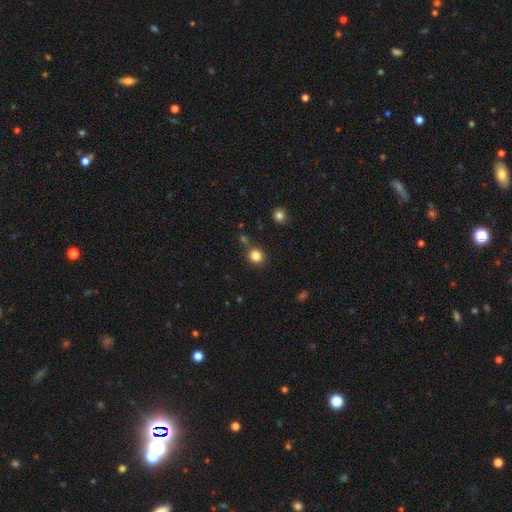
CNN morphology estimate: Smooth or featured?
  - smooth: 83% *
  - star or artifact: 12%
  - featured or disk: 5%
How rounded?
  - round: 75% *
  - in between: 24%
  - cigar-shaped: 1%
Merging?
  - none: 81% *
  - minor disturbance: 10%
  - merger: 6%
  - major disturbance: 3%